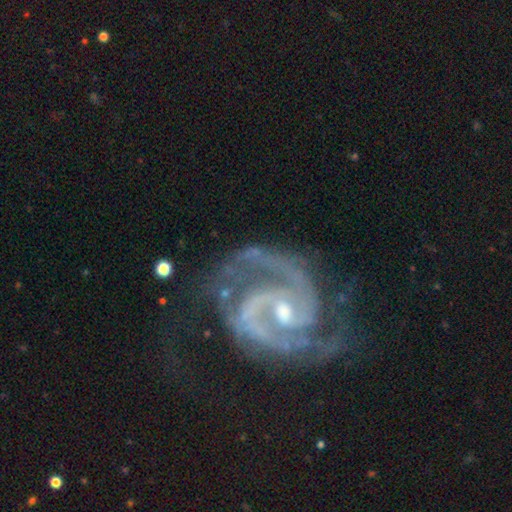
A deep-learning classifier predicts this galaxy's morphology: featured or disk 91%, star or artifact 5%, smooth 4%. Down the decision tree: edge-on disk — no (98%); bar — weak (47%); spiral arms — yes (97%); spiral arm count — 2 (73%); spiral winding — medium (51%); bulge size — moderate (59%); merging — none (59%).